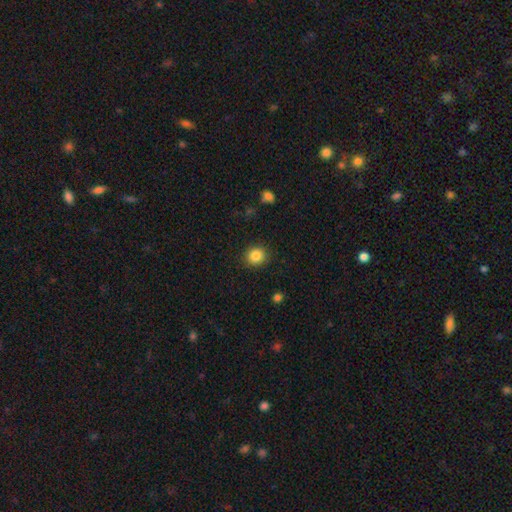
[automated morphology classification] smooth_or_featured: smooth (p=0.85) [alt: star or artifact p=0.10]
how_rounded: round (p=0.88) [alt: in between p=0.11]
merging: none (p=0.90) [alt: minor disturbance p=0.07]